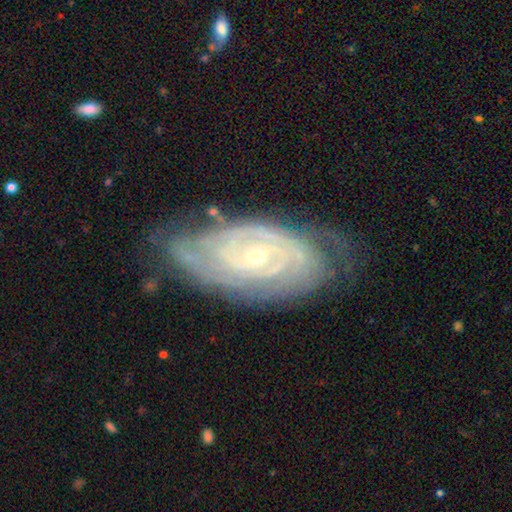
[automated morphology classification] Smooth or featured: featured or disk — 87% (smooth — 8%)
Edge-on disk: no — 95% (yes — 5%)
Bar: no — 61% (weak — 29%)
Spiral arms: yes — 95% (no — 5%)
Spiral winding: tight — 79% (medium — 18%)
Spiral arm count: can't tell — 35% (2 — 31%)
Bulge size: small — 77% (moderate — 20%)
Merging: none — 66% (minor disturbance — 24%)